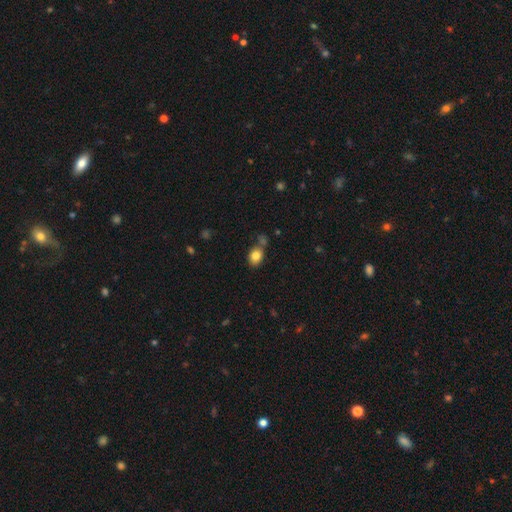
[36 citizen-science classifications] smooth 81%, featured or disk 11%, star or artifact 8%. Down the decision tree: how rounded — in between (72%); merging — none (85%).